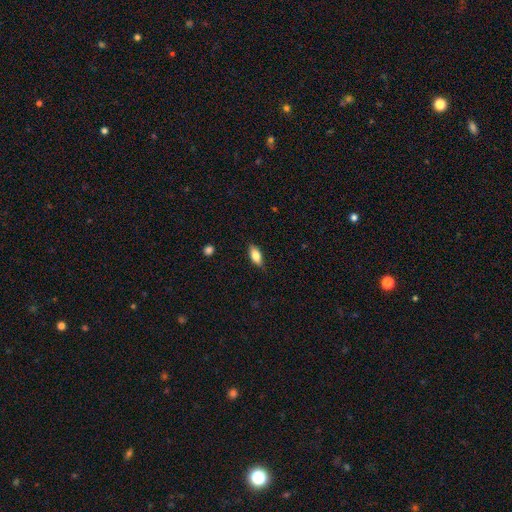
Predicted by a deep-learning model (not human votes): smooth-or-featured: smooth: 76% | featured or disk: 17% | star or artifact: 7%
  how-rounded: in between: 82% | cigar-shaped: 15% | round: 3%
  merging: none: 83% | minor disturbance: 14% | major disturbance: 3% | merger: 1%